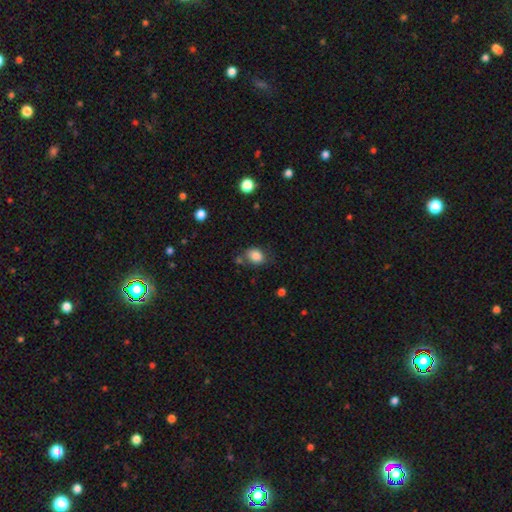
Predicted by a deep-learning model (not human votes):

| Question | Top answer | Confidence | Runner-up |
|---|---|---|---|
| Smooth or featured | smooth | 85% | star or artifact (9%) |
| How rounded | in between | 65% | round (34%) |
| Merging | none | 67% | minor disturbance (19%) |